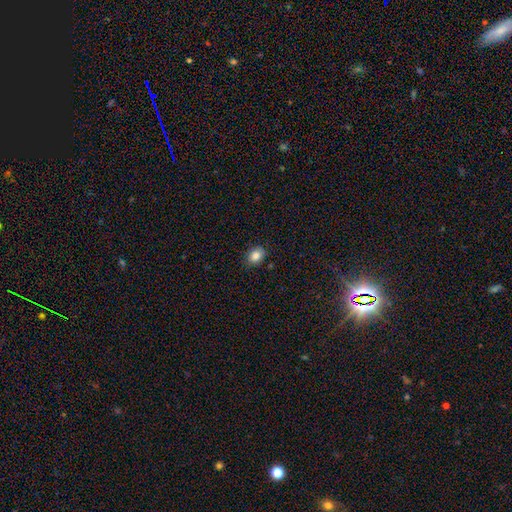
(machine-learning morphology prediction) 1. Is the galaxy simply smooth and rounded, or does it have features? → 85% smooth, 9% star or artifact, 6% featured or disk.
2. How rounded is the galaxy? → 65% in between, 34% round, 1% cigar-shaped.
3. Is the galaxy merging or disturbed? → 85% none, 11% minor disturbance, 2% major disturbance, 1% merger.